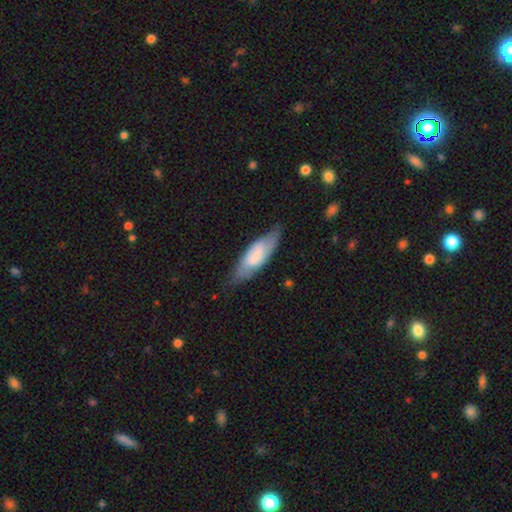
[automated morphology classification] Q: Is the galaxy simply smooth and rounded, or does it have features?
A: smooth — 53%.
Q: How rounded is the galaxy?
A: in between — 60%.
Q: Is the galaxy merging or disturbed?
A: none — 66%.